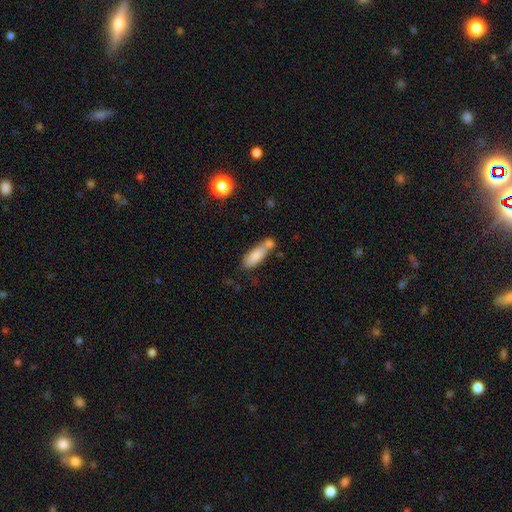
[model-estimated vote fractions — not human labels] Q: Smooth or featured?
A: smooth (78%); runner-up: featured or disk (14%)
Q: How rounded?
A: in between (60%); runner-up: cigar-shaped (38%)
Q: Merging?
A: none (39%); tied with: merger (39%)